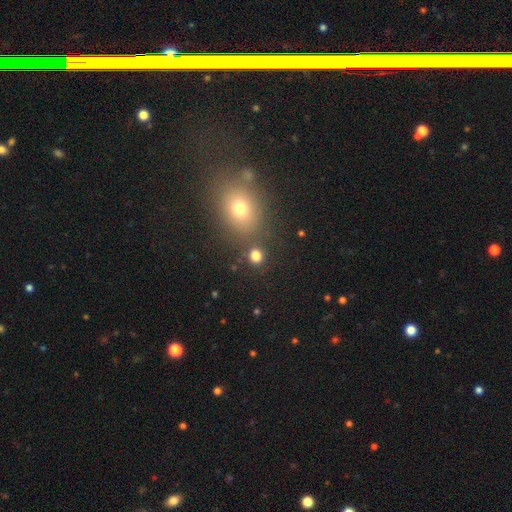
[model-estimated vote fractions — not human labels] The model was most divided on "smooth or featured": smooth: 79%, star or artifact: 16%, featured or disk: 5%. More confident: how rounded — round (84%); merging — none (82%).